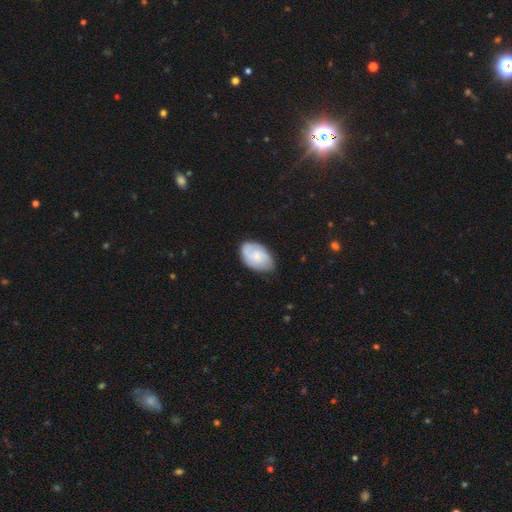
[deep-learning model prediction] smooth 56%, featured or disk 38%, star or artifact 6%. Down the decision tree: how rounded — in between (90%); merging — none (73%).